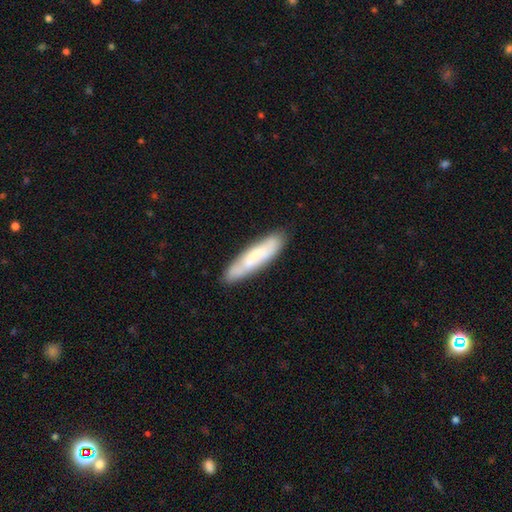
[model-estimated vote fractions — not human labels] Morphology: type=smooth (59%); roundness=cigar-shaped (77%); merging=none (81%).